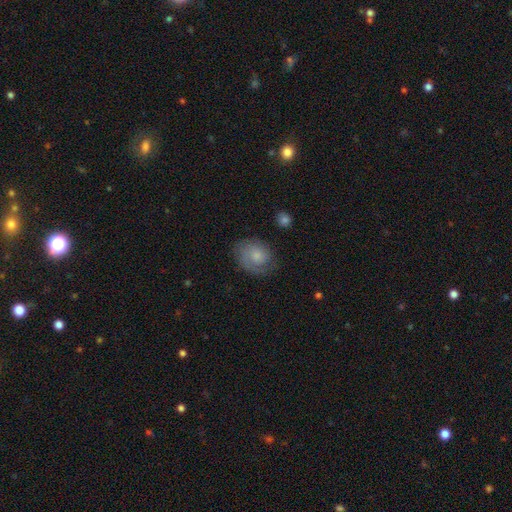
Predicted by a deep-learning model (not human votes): smooth-or-featured: smooth: 56% | featured or disk: 37% | star or artifact: 8%
  how-rounded: in between: 52% | round: 47% | cigar-shaped: 1%
  merging: none: 70% | minor disturbance: 20% | major disturbance: 8% | merger: 2%